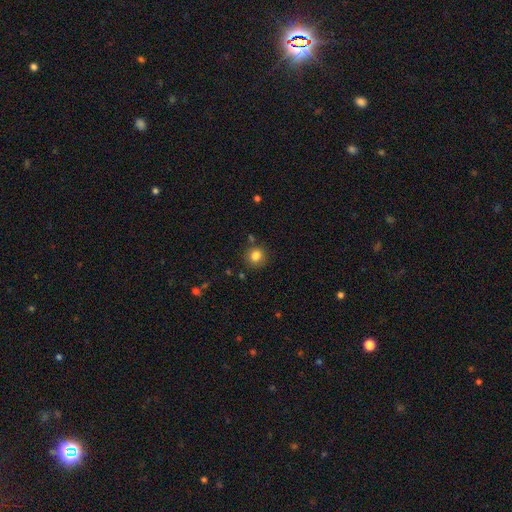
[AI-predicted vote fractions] The model was most divided on "smooth or featured": smooth: 83%, star or artifact: 11%, featured or disk: 6%. More confident: how rounded — round (88%); merging — none (84%).